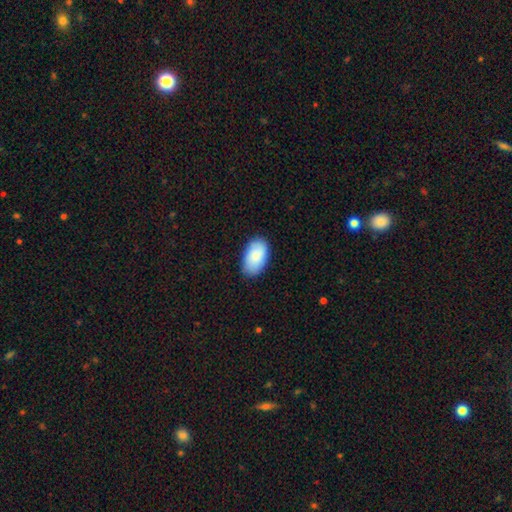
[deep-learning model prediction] This is clearly a smooth galaxy (85%). How rounded: clearly in between (94%). Merging: clearly none (83%).